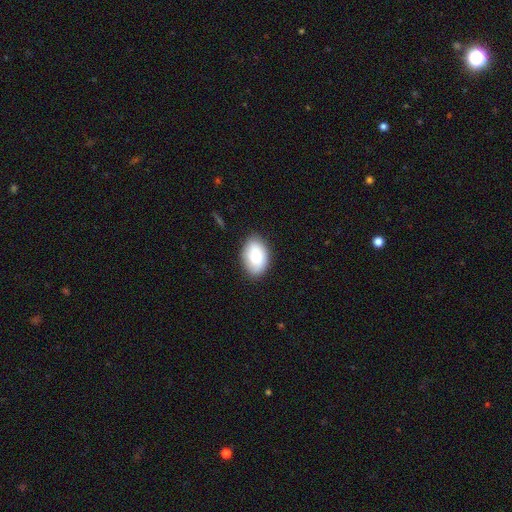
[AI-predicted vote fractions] This is clearly a smooth galaxy (84%). How rounded: clearly in between (90%). Merging: clearly none (82%).